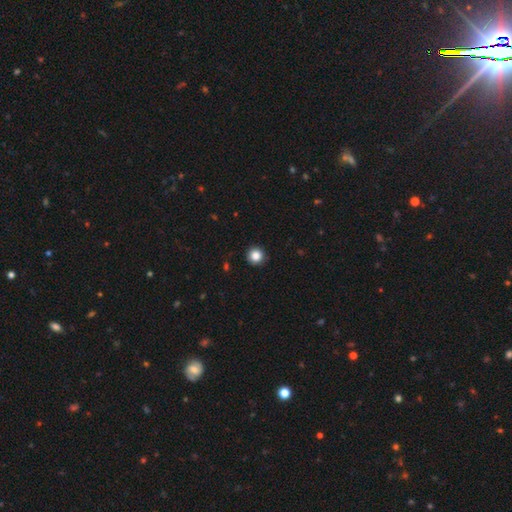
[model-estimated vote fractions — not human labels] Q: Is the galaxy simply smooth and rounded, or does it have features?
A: smooth — 85%.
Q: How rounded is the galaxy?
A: round — 95%.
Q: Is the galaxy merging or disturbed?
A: none — 92%.